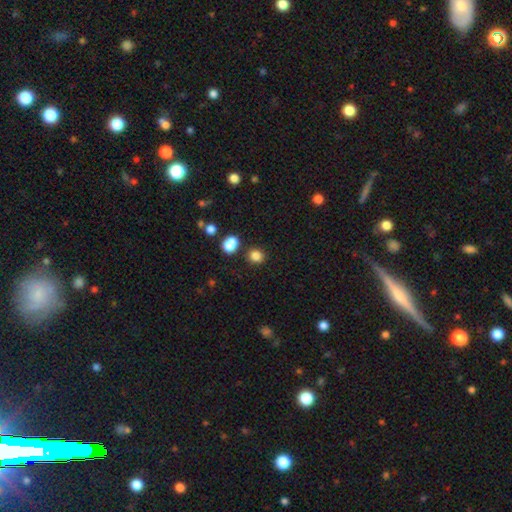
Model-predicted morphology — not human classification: smooth 83%, star or artifact 13%, featured or disk 5%. Down the decision tree: how rounded — round (83%); merging — none (80%).